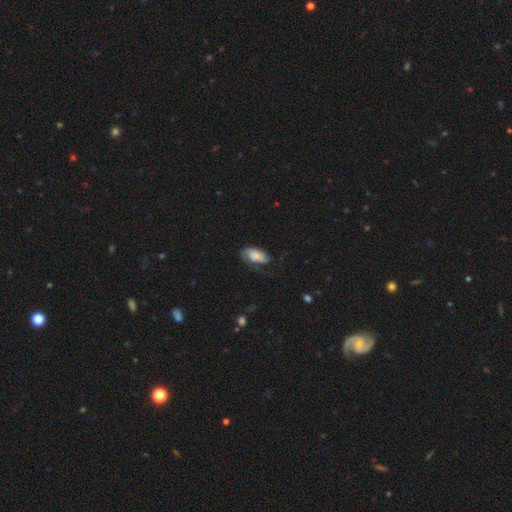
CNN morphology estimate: Smooth or featured? smooth (52%)
How rounded? in between (91%)
Merging? none (44%)